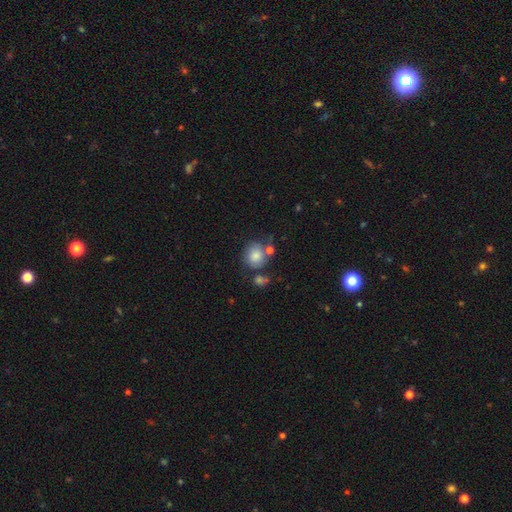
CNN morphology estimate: The model was most divided on "merging": none: 58%, minor disturbance: 19%, merger: 16%, major disturbance: 8%. More confident: smooth or featured — smooth (80%); how rounded — round (75%).